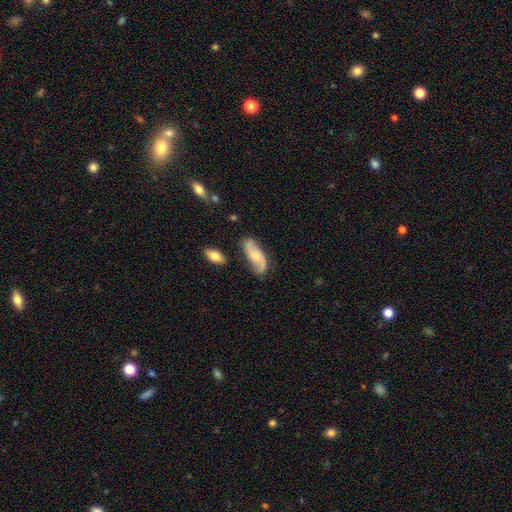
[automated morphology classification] type=featured or disk (62%); edge-on=no (92%); bar=no (64%); spiral arms=yes (92%); winding=loose (58%); arm count=2 (88%); bulge=moderate (44%); merging=none (74%).